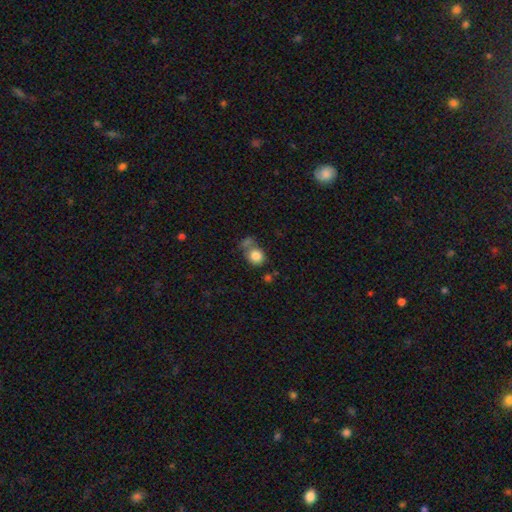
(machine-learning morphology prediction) Smooth or featured? smooth (84%)
How rounded? round (78%)
Merging? none (49%)